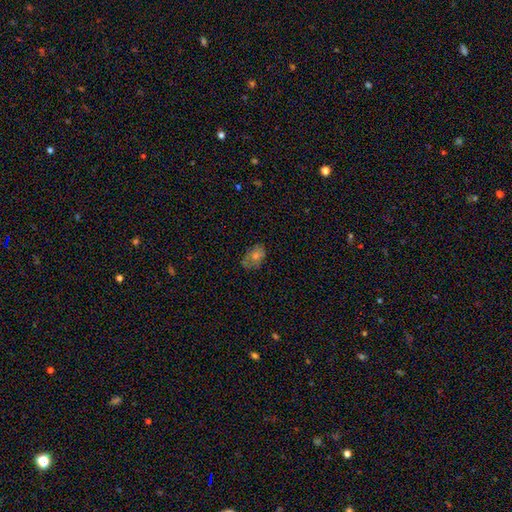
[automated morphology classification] Smooth or featured?
  - smooth: 55% *
  - featured or disk: 30%
  - star or artifact: 14%
How rounded?
  - in between: 79% *
  - round: 19%
  - cigar-shaped: 2%
Merging?
  - none: 64% *
  - minor disturbance: 25%
  - major disturbance: 8%
  - merger: 2%